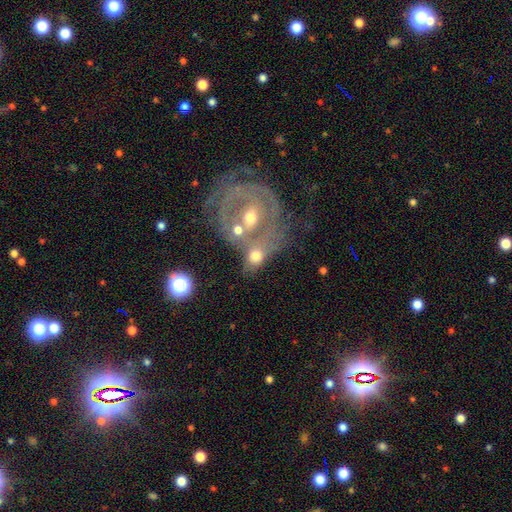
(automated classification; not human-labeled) This is possibly a smooth galaxy (48%). Merging: possibly merger (50%).